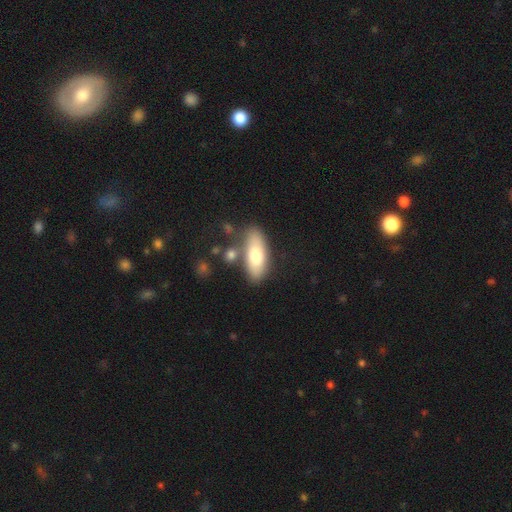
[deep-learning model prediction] Overall: smooth (72%). How rounded: in between (80%). Merging: none (70%).